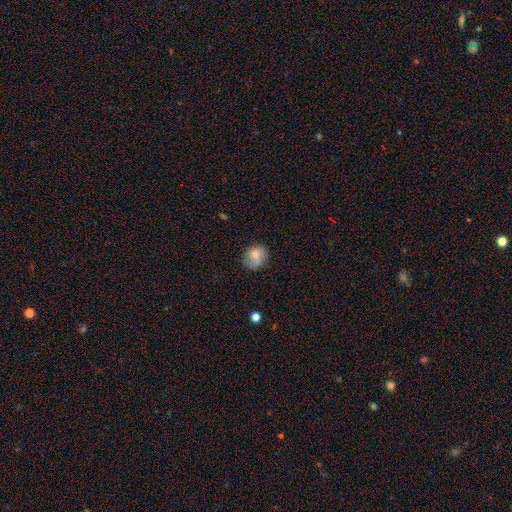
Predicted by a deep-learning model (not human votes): Smooth or featured? smooth (65%)
How rounded? round (71%)
Merging? none (76%)